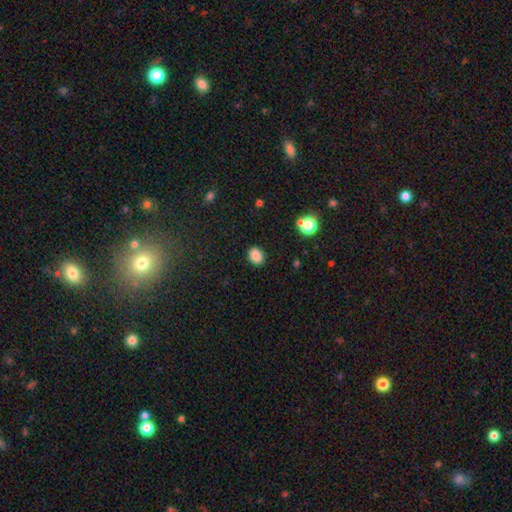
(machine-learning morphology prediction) The model was most divided on "how rounded": in between: 63%, round: 36%, cigar-shaped: 1%. More confident: merging — none (89%); smooth or featured — smooth (86%).